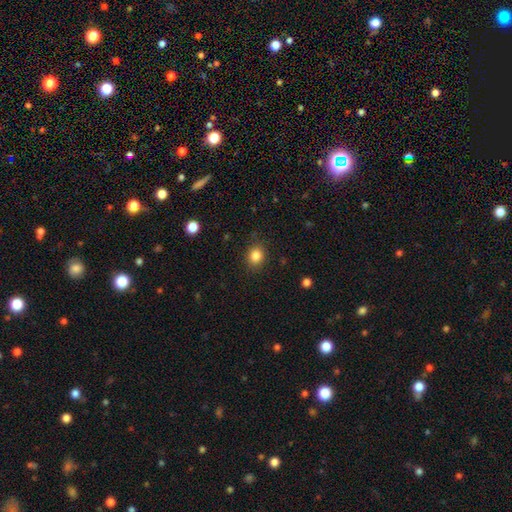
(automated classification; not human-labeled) Q: Smooth or featured?
A: smooth (84%); runner-up: star or artifact (11%)
Q: How rounded?
A: round (68%); runner-up: in between (31%)
Q: Merging?
A: none (87%); runner-up: minor disturbance (10%)